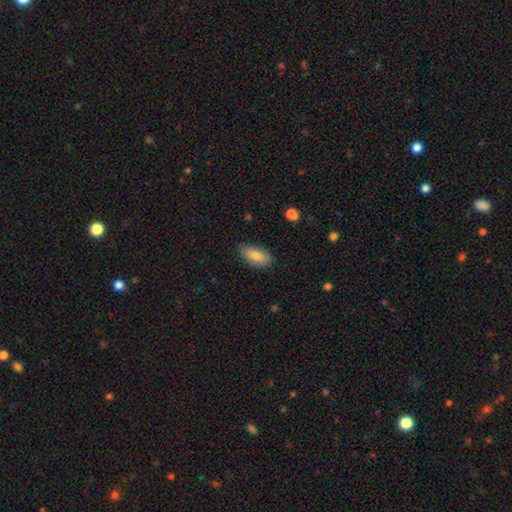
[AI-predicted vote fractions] This appears to be a smooth galaxy with no disk features (80%) that is in between round and cigar-shaped (88%). Merging: none (81%).